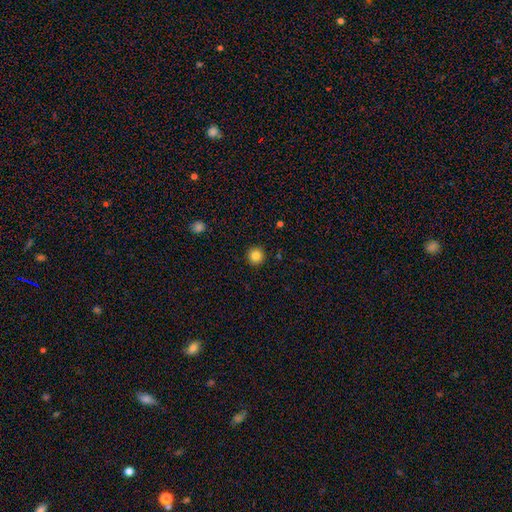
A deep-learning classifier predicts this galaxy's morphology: A smooth galaxy with no disk features (84%) that is round (94%).

Vote fractions:
- Smooth or featured? smooth: 84% / star or artifact: 11% / featured or disk: 5%
- How rounded? round: 94% / in between: 5% / cigar-shaped: 1%
- Merging? none: 92% / minor disturbance: 5% / major disturbance: 2% / merger: 1%